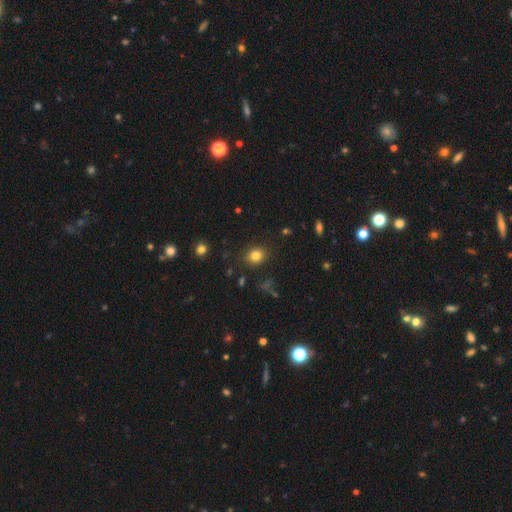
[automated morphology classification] Overall: smooth (81%). How rounded: round (65%; in between 34%). Merging: none (87%).